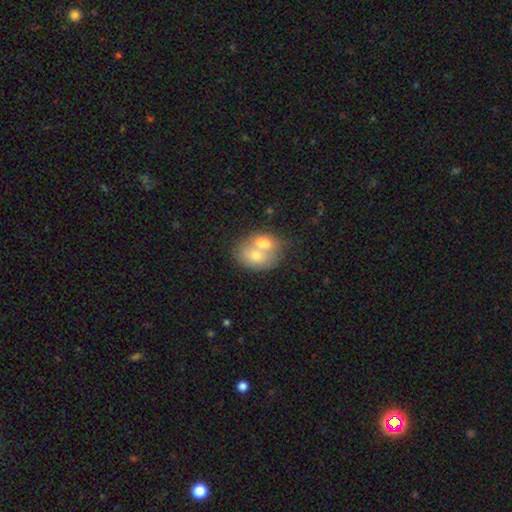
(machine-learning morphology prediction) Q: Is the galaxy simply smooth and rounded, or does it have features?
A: smooth — 67%.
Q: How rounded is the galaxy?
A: in between — 61%.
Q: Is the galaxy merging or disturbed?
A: merger — 71%.